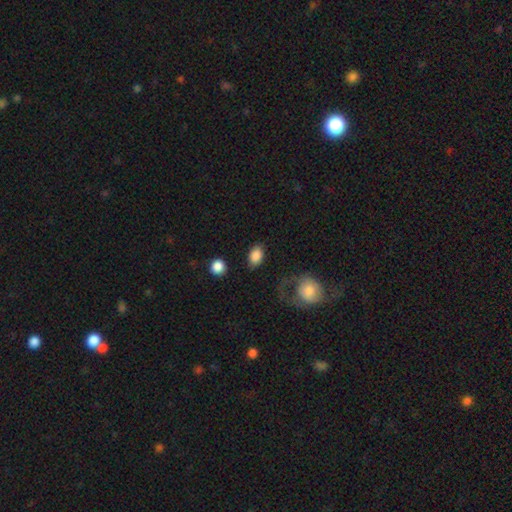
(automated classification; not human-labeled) Smooth or featured? smooth (87%)
How rounded? in between (83%)
Merging? none (77%)